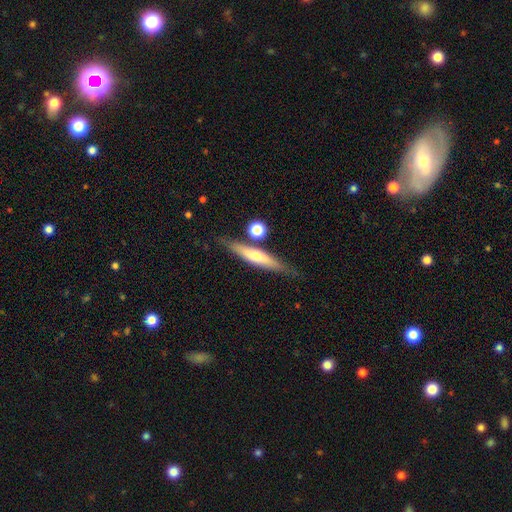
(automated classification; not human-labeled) This appears to be a featured or disk galaxy (51%) viewed edge-on (92%). Merging: none (76%).